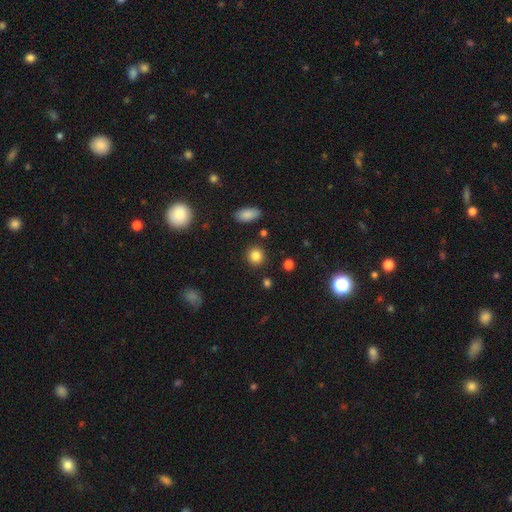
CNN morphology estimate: Overall: smooth (84%). How rounded: round (88%). Merging: none (89%).